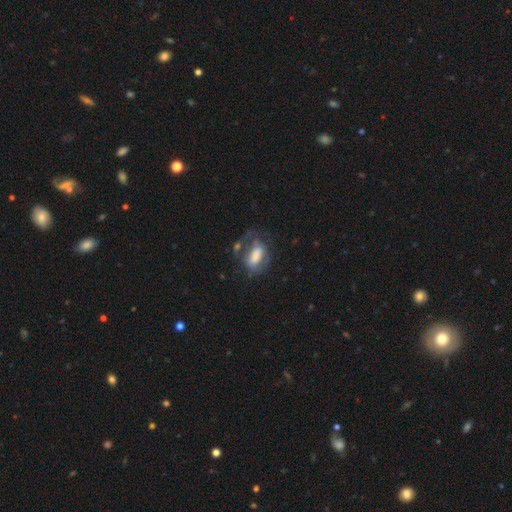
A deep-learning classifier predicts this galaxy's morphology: smooth_or_featured: smooth (p=0.50) [alt: featured or disk p=0.41]
how_rounded: in between (p=0.85) [alt: round p=0.10]
merging: none (p=0.36) [alt: major disturbance p=0.33]